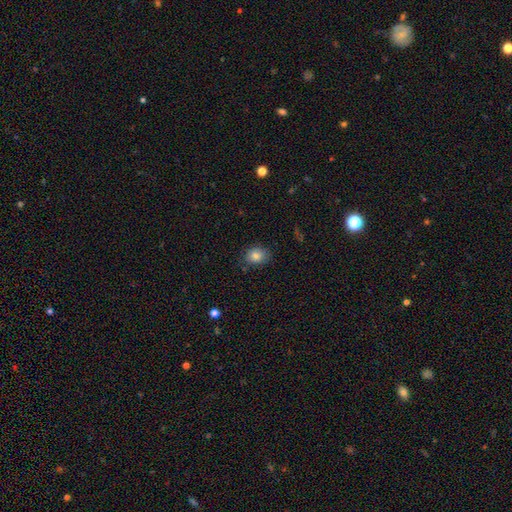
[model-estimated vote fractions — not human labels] smooth-or-featured: smooth: 83% | star or artifact: 10% | featured or disk: 7%
  how-rounded: in between: 52% | round: 47% | cigar-shaped: 1%
  merging: none: 80% | minor disturbance: 16% | major disturbance: 3% | merger: 1%